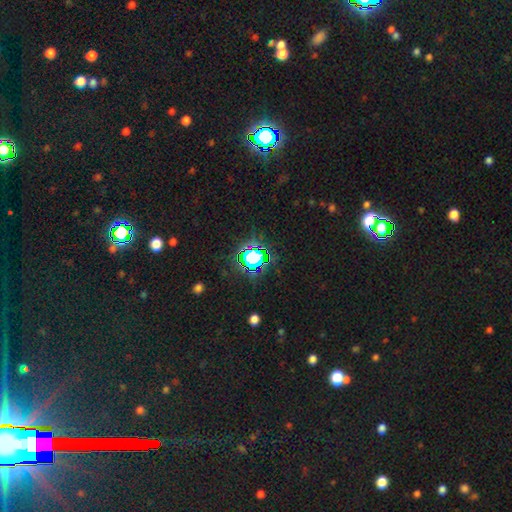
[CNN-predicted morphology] A star or artifact, not a galaxy (71%).

Vote fractions:
- Smooth or featured? star or artifact: 71% / smooth: 19% / featured or disk: 10%